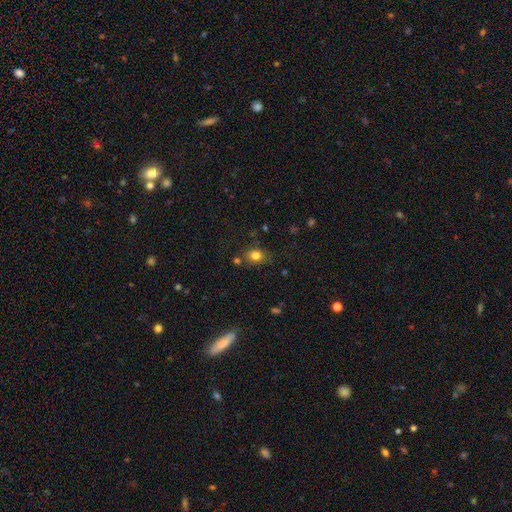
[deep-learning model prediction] A smooth galaxy with no disk features (80%) that is round (51%). Merging: none (72%).